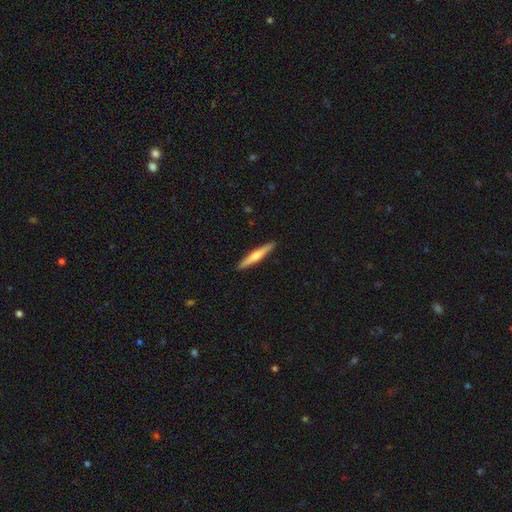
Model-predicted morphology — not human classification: featured or disk 52%, smooth 43%, star or artifact 5%. Down the decision tree: edge-on disk — yes (97%); edge-on bulge — rounded (81%); merging — none (92%).